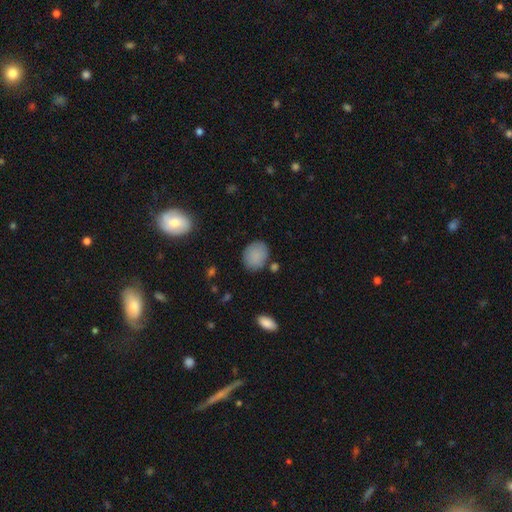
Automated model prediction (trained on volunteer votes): Smooth or featured? Predicted: smooth (p=0.86). How rounded? Predicted: round (p=0.54). Merging? Predicted: none (p=0.79).